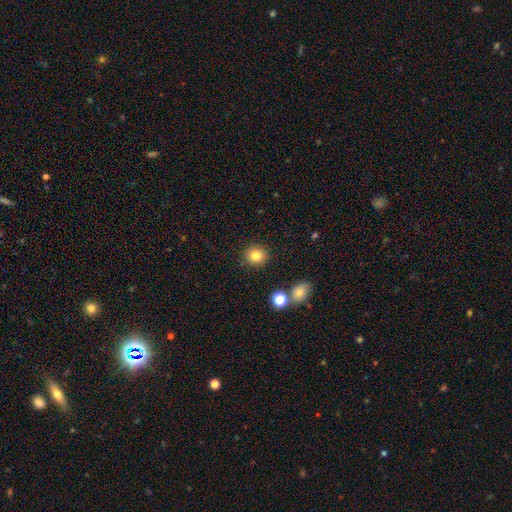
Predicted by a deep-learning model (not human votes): Smooth or featured: smooth — 82% (star or artifact — 11%)
How rounded: round — 88% (in between — 11%)
Merging: none — 87% (minor disturbance — 7%)